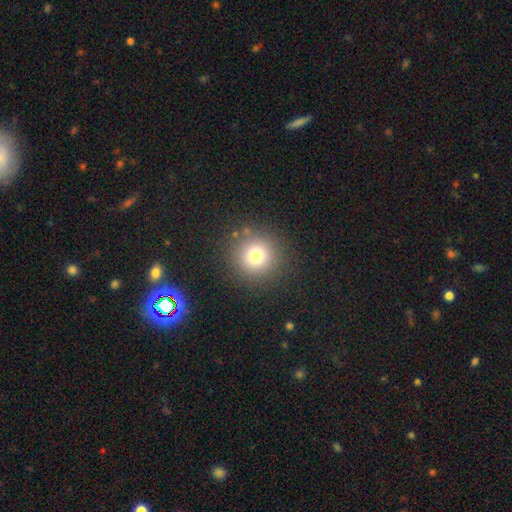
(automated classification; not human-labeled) smooth-or-featured: smooth: 75% | star or artifact: 16% | featured or disk: 9%
  how-rounded: round: 94% | in between: 5% | cigar-shaped: 1%
  merging: none: 87% | minor disturbance: 7% | major disturbance: 3% | merger: 2%